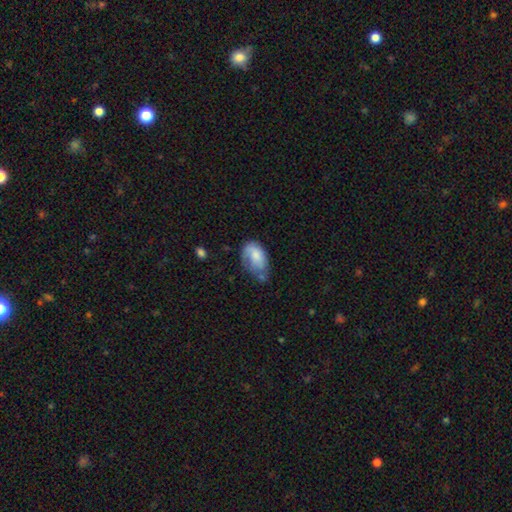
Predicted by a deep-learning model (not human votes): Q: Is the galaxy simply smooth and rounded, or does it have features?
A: smooth — 62%.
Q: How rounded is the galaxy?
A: in between — 90%.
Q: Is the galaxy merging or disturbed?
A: none — 37%.